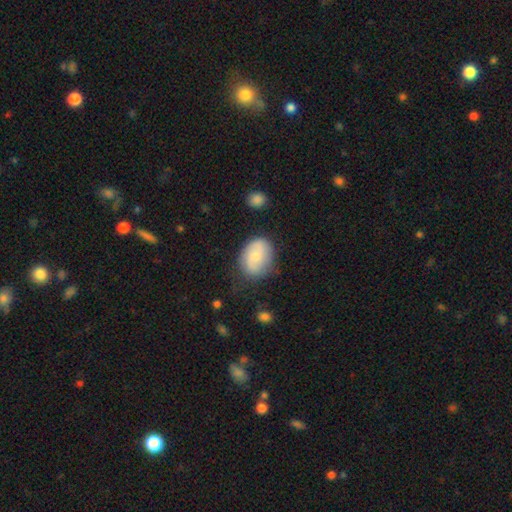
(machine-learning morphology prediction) Overall: smooth (59%; featured or disk 33%). How rounded: in between (65%; round 34%). Merging: none (67%).